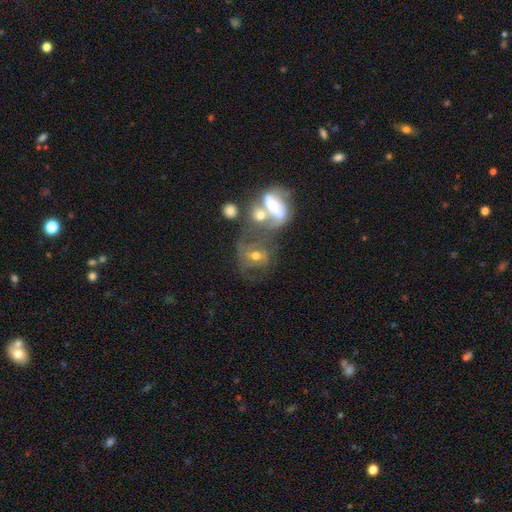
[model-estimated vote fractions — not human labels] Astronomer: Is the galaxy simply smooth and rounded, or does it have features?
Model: featured or disk — 55%.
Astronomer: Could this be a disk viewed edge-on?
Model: no — 93%.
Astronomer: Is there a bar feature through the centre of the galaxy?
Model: no — 49% (runner-up: weak, 28%).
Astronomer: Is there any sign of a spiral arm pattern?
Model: yes — 55% (runner-up: no, 45%).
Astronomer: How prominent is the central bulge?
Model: moderate — 59%.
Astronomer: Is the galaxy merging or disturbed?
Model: merger — 36% (runner-up: none, 32%).